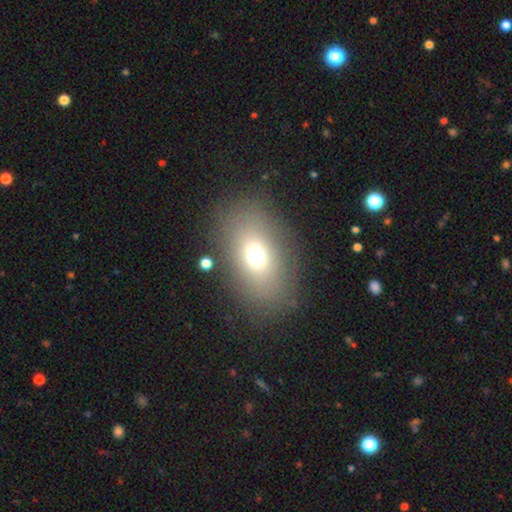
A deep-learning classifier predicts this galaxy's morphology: Smooth or featured?
  - smooth: 67% *
  - featured or disk: 17%
  - star or artifact: 15%
How rounded?
  - in between: 78% *
  - round: 21%
  - cigar-shaped: 2%
Merging?
  - none: 81% *
  - minor disturbance: 10%
  - major disturbance: 7%
  - merger: 2%